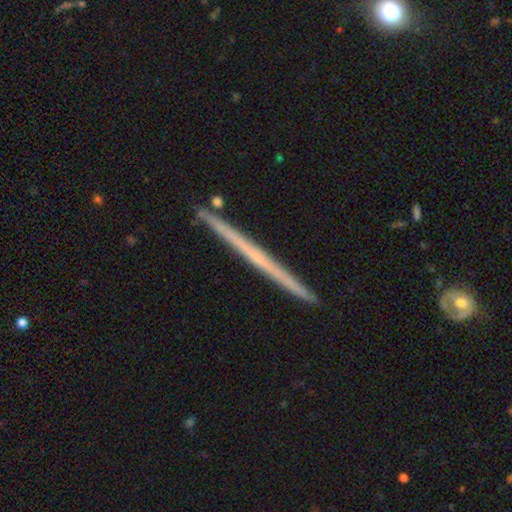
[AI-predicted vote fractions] smooth-or-featured: featured or disk: 68% | smooth: 26% | star or artifact: 6%
  disk-edge-on: yes: 98% | no: 2%
    edge-on-bulge: none: 84% | rounded: 13% | boxy: 3%
  merging: none: 91% | minor disturbance: 6% | merger: 1% | major disturbance: 1%